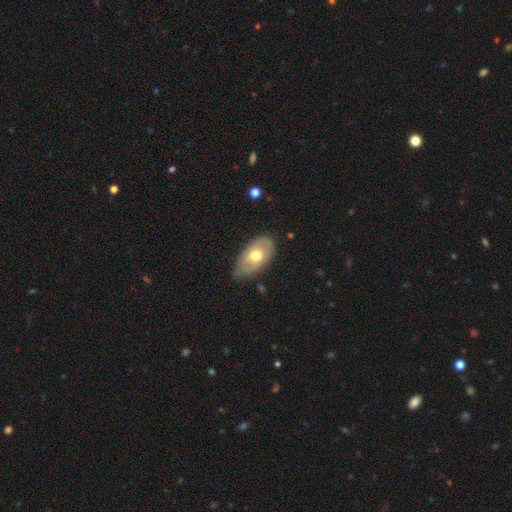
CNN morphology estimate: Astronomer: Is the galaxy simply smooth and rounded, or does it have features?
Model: smooth — 55% (runner-up: featured or disk, 38%).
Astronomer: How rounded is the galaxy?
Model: in between — 91%.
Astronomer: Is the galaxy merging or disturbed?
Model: none — 61%.